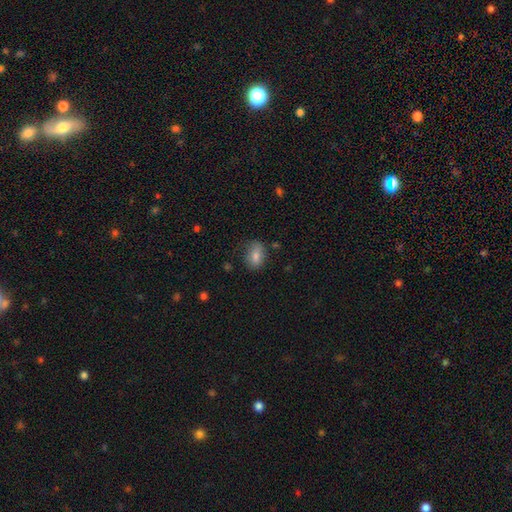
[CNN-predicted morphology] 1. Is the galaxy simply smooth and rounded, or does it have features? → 78% smooth, 13% featured or disk, 9% star or artifact.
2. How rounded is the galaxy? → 77% in between, 21% round, 2% cigar-shaped.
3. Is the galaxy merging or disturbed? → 72% none, 21% minor disturbance, 5% major disturbance, 2% merger.